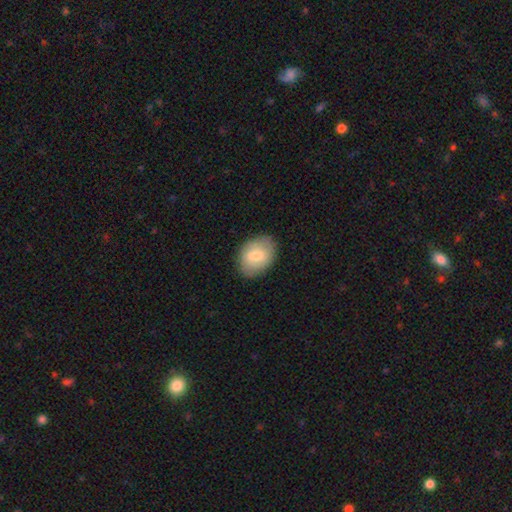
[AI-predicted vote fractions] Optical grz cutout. It shows a smooth galaxy with no disk features (72%) that is in between round and cigar-shaped (73%). Merging: none (83%).